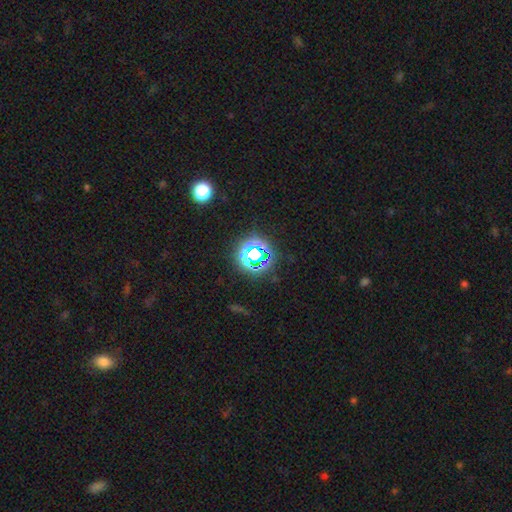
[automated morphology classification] star or artifact 74%, smooth 20%, featured or disk 6%.